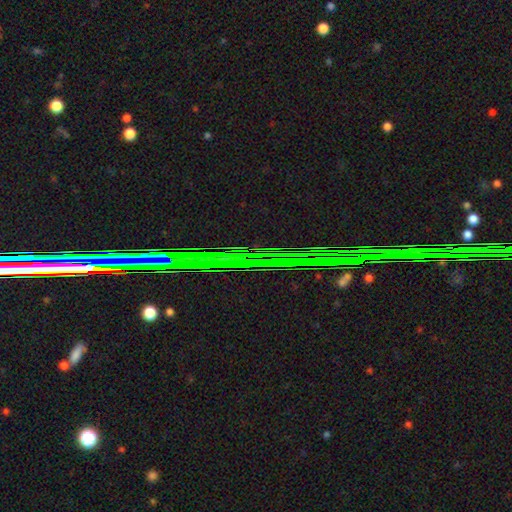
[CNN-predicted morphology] type=star or artifact (82%).